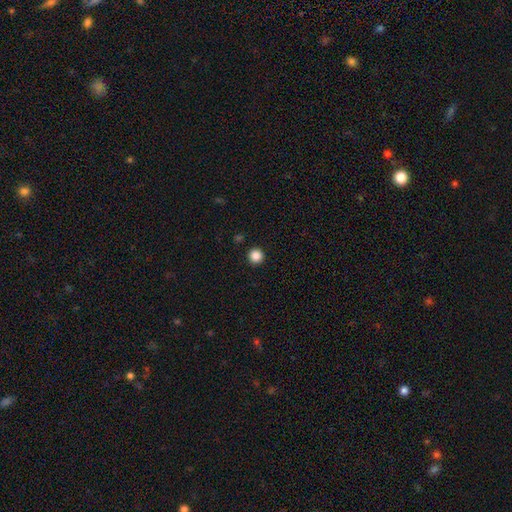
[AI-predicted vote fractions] smooth-or-featured: smooth: 86% | star or artifact: 11% | featured or disk: 3%
  how-rounded: round: 96% | in between: 3% | cigar-shaped: 1%
  merging: none: 93% | minor disturbance: 4% | major disturbance: 2% | merger: 1%